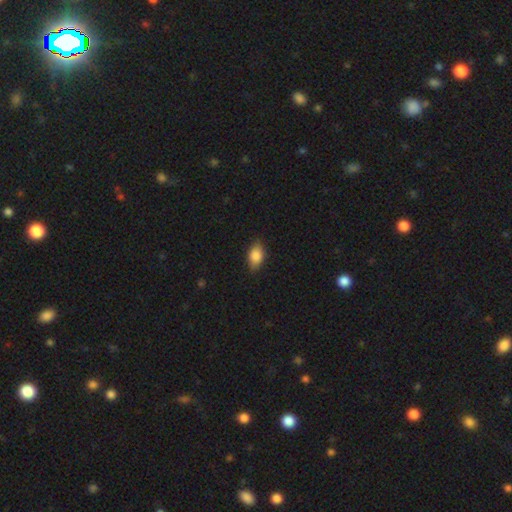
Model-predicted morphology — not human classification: Smooth or featured: smooth — 84% (featured or disk — 8%)
How rounded: in between — 86% (round — 11%)
Merging: none — 80% (minor disturbance — 16%)